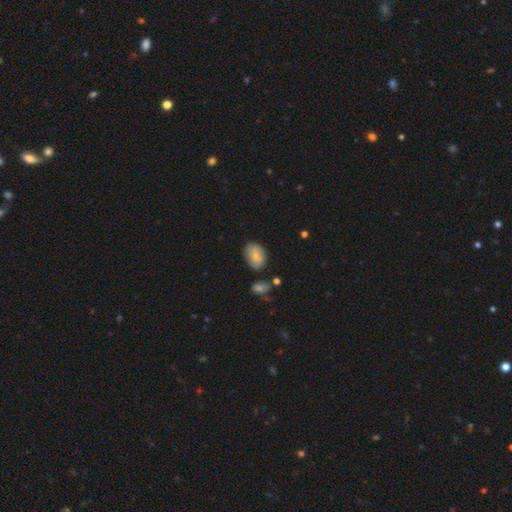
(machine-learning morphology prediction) Smooth or featured? Predicted: smooth (p=0.77). How rounded? Predicted: in between (p=0.83). Merging? Predicted: none (p=0.71).